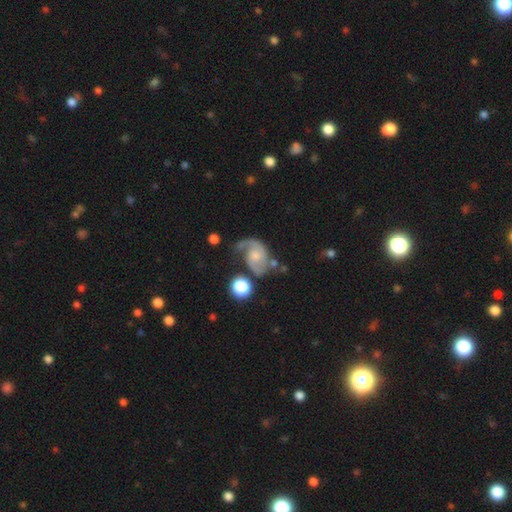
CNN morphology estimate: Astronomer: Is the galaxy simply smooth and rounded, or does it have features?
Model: featured or disk — 80%.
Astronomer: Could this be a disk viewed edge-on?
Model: no — 98%.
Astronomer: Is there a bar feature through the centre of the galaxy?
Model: no — 67%.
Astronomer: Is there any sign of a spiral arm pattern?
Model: yes — 95%.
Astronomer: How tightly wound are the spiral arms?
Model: medium — 45% (runner-up: loose, 36%).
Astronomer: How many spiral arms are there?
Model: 2 — 69%.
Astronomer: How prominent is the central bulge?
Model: small — 43% (runner-up: moderate, 39%).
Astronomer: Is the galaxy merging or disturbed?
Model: none — 42% (runner-up: major disturbance, 25%).